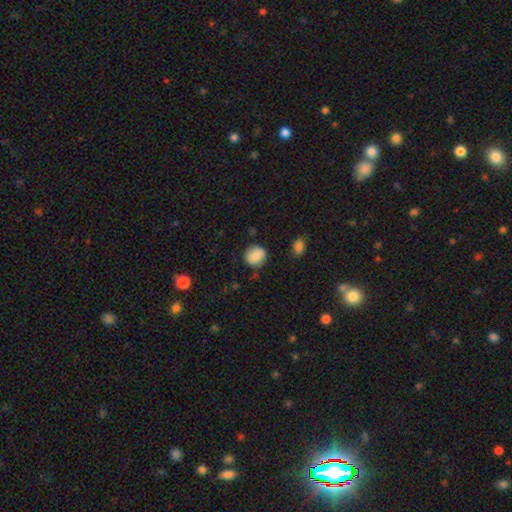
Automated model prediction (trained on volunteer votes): Smooth or featured? Predicted: smooth (p=0.84). How rounded? Predicted: round (p=0.77). Merging? Predicted: none (p=0.78).